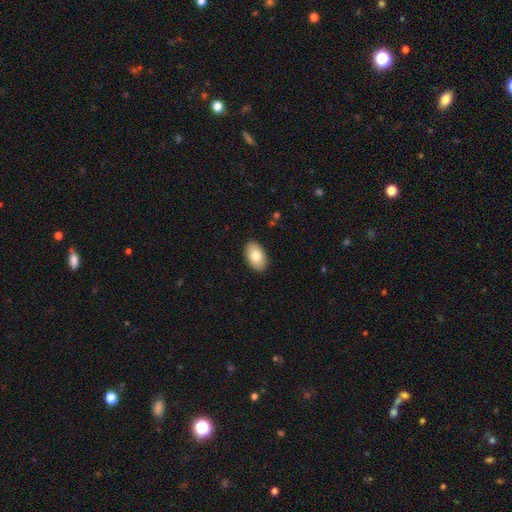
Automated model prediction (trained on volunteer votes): smooth_or_featured: smooth (p=0.79) [alt: featured or disk p=0.15]
how_rounded: in between (p=0.93) [alt: round p=0.06]
merging: none (p=0.89) [alt: minor disturbance p=0.08]